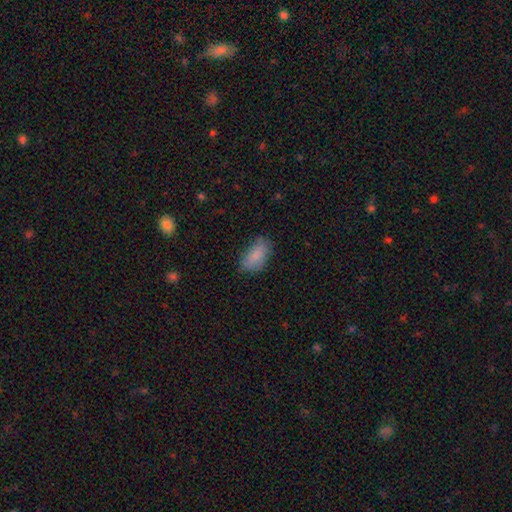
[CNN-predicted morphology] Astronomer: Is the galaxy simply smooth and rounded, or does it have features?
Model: smooth — 86%.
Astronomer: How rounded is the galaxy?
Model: in between — 93%.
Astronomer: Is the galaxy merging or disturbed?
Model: none — 73%.